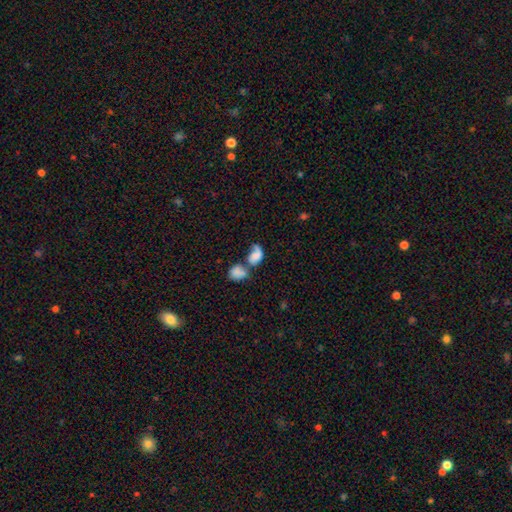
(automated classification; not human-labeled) Smooth or featured: smooth — 62% (featured or disk — 28%)
How rounded: in between — 80% (round — 18%)
Merging: merger — 63% (none — 16%)